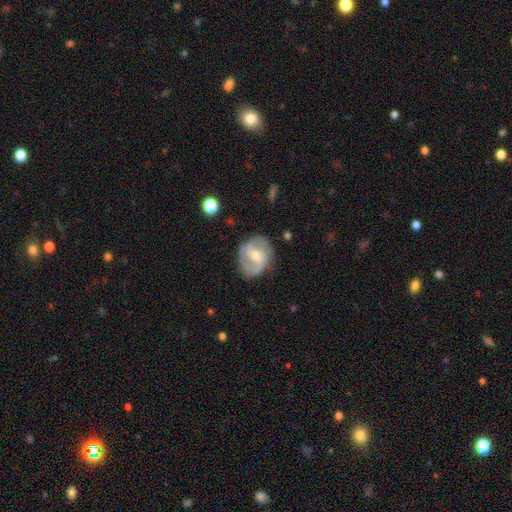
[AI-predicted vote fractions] Smooth or featured: featured or disk — 78% (smooth — 16%)
Edge-on disk: no — 97% (yes — 3%)
Bar: weak — 47% (no — 30%)
Spiral arms: yes — 90% (no — 10%)
Spiral winding: medium — 46% (tight — 30%)
Spiral arm count: 2 — 71% (can't tell — 13%)
Bulge size: moderate — 50% (small — 46%)
Merging: none — 74% (minor disturbance — 18%)